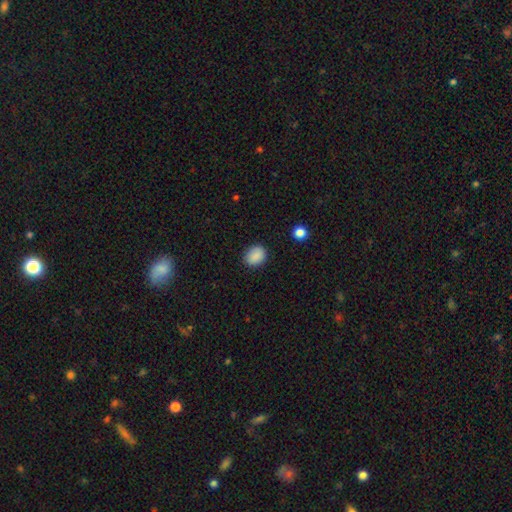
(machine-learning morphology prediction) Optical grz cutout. It shows a smooth galaxy with no disk features (88%) that is in between round and cigar-shaped (53%). Merging: none (85%).